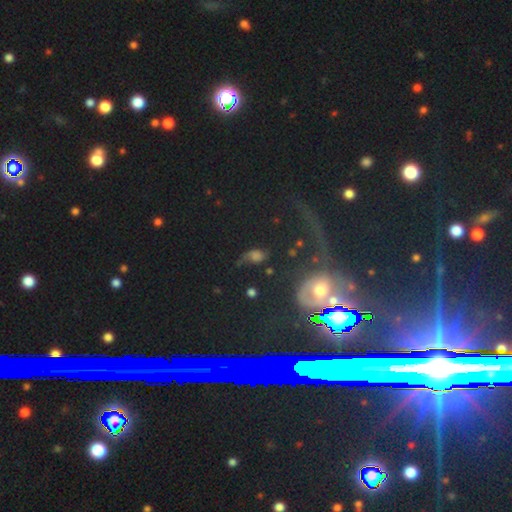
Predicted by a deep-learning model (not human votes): Smooth or featured?
  - smooth: 41% *
  - featured or disk: 36%
  - star or artifact: 24%
Merging?
  - none: 42% *
  - major disturbance: 26%
  - minor disturbance: 20%
  - merger: 11%